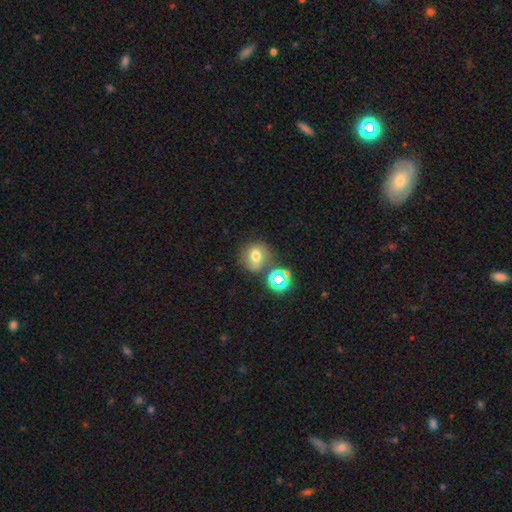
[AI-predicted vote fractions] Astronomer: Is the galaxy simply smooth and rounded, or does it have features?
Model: smooth — 64%.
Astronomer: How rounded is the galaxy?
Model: round — 77%.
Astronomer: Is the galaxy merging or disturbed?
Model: none — 64%.